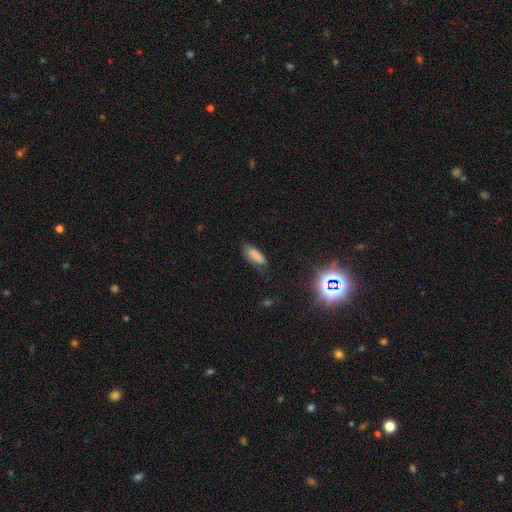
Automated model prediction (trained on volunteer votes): Smooth or featured: smooth — 79% (star or artifact — 12%)
How rounded: in between — 67% (cigar-shaped — 31%)
Merging: none — 62% (minor disturbance — 27%)